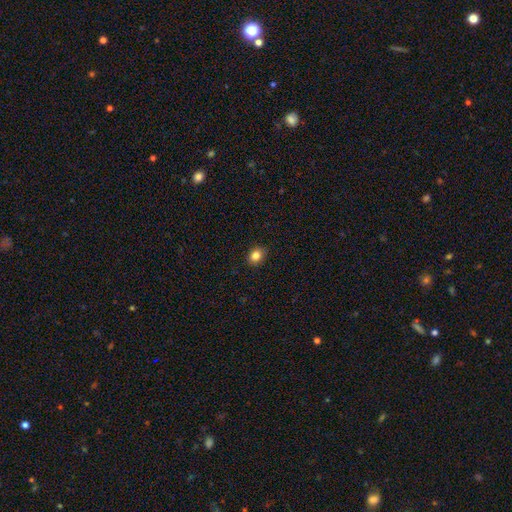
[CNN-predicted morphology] Smooth or featured?
  - smooth: 84% *
  - star or artifact: 10%
  - featured or disk: 5%
How rounded?
  - in between: 53% *
  - round: 46%
  - cigar-shaped: 1%
Merging?
  - none: 89% *
  - minor disturbance: 8%
  - major disturbance: 2%
  - merger: 1%